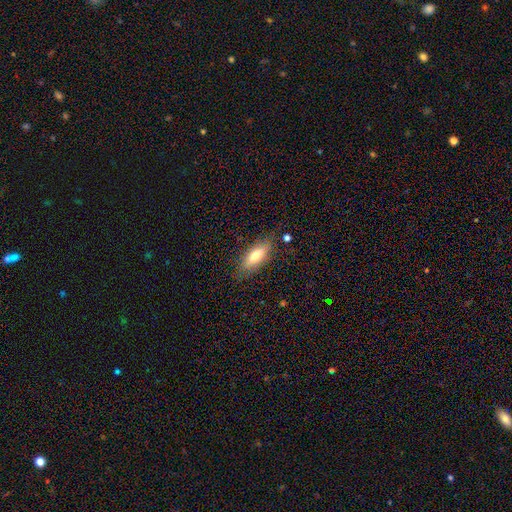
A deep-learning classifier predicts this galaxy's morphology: Smooth or featured: smooth — 65% (featured or disk — 28%)
How rounded: in between — 60% (cigar-shaped — 37%)
Merging: none — 81% (minor disturbance — 14%)